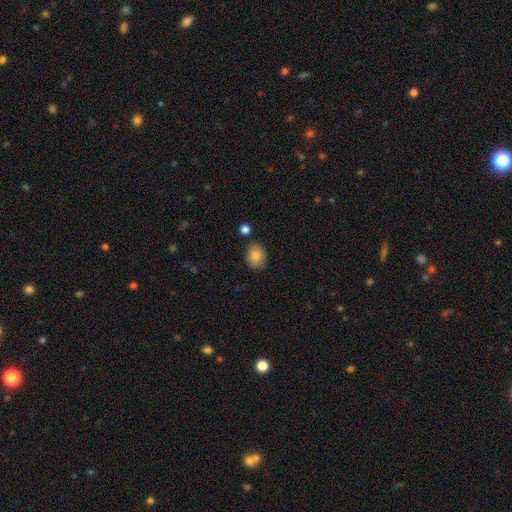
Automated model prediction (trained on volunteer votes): Smooth or featured? smooth (85%)
How rounded? in between (58%)
Merging? none (80%)